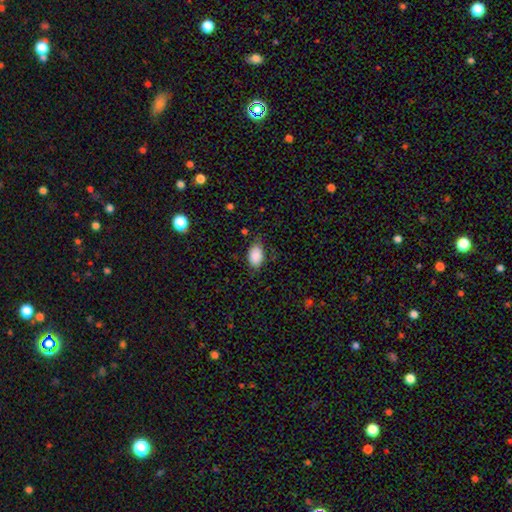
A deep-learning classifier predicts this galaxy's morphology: Smooth or featured? Predicted: smooth (p=0.89). How rounded? Predicted: in between (p=0.90). Merging? Predicted: none (p=0.76).